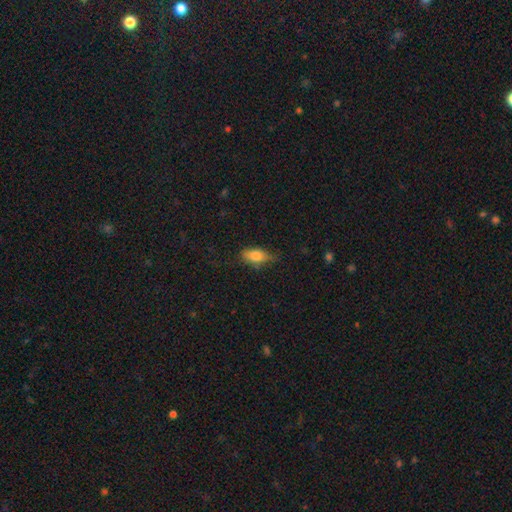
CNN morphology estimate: The model was most divided on "merging": none: 65%, minor disturbance: 27%, major disturbance: 7%, merger: 2%. More confident: how rounded — in between (83%); smooth or featured — smooth (77%).